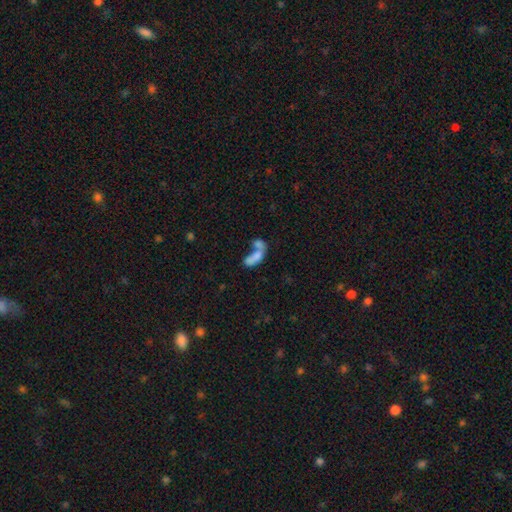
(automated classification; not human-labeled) Smooth or featured: smooth — 68% (featured or disk — 21%)
How rounded: in between — 78% (cigar-shaped — 16%)
Merging: merger — 66% (none — 17%)